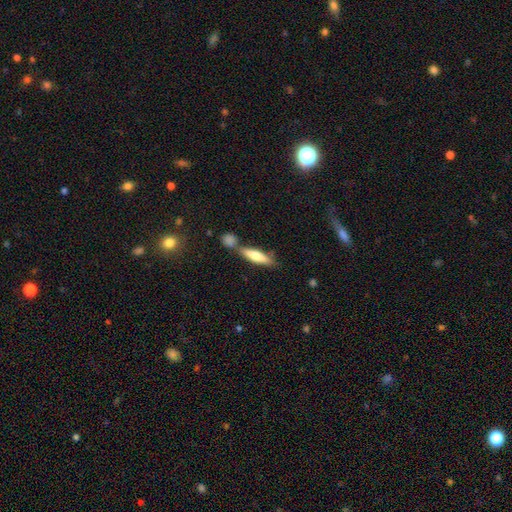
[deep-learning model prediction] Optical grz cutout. It shows a smooth galaxy with no disk features (68%) that is cigar-shaped (69%). Merging: none (60%).